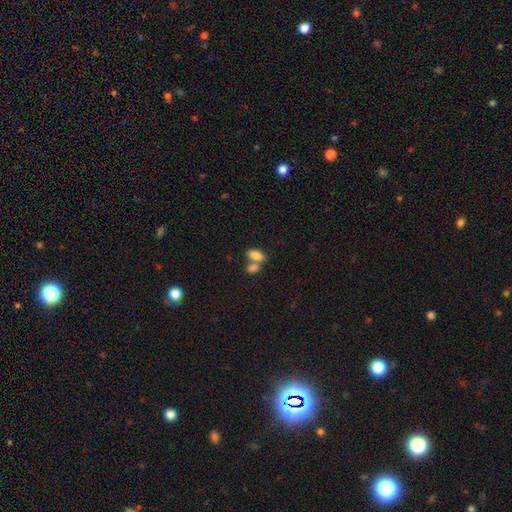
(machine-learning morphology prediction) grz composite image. It shows a smooth galaxy with no disk features (83%) that is in between round and cigar-shaped (90%). Merging: merger (53%).